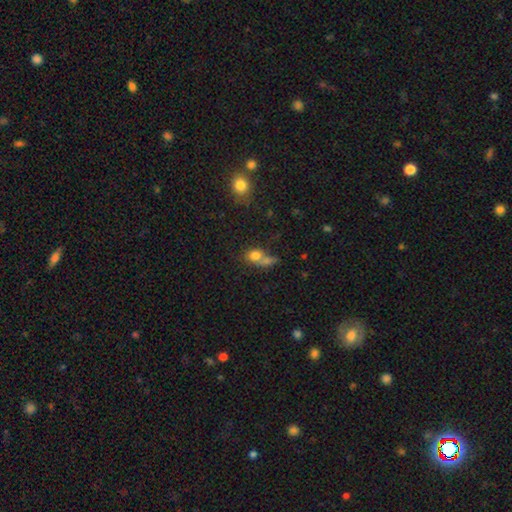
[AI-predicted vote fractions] A smooth galaxy with no disk features (75%) that is in between round and cigar-shaped (54%).

Vote fractions:
- Smooth or featured? smooth: 75% / featured or disk: 13% / star or artifact: 12%
- How rounded? in between: 54% / round: 43% / cigar-shaped: 3%
- Merging? merger: 47% / none: 32% / minor disturbance: 12% / major disturbance: 9%